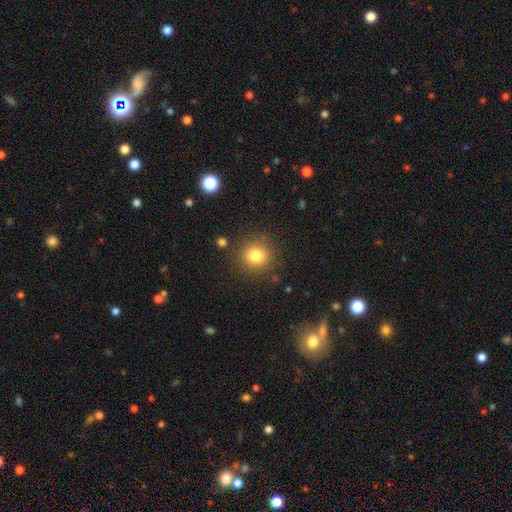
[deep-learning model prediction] A smooth galaxy with no disk features (80%) that is round (91%). Merging: none (85%).